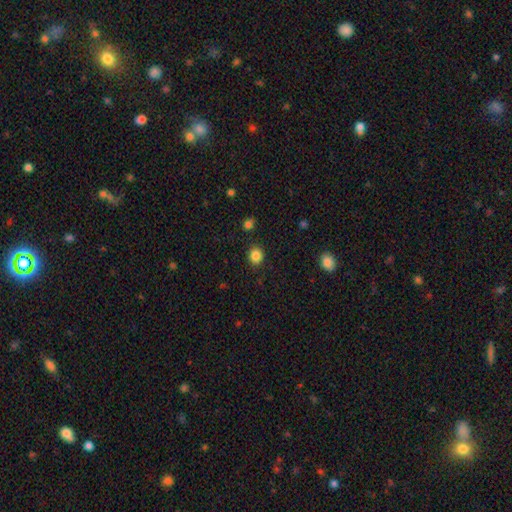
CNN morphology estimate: The model was most divided on "how rounded": round: 74%, in between: 25%, cigar-shaped: 1%. More confident: merging — none (88%); smooth or featured — smooth (85%).